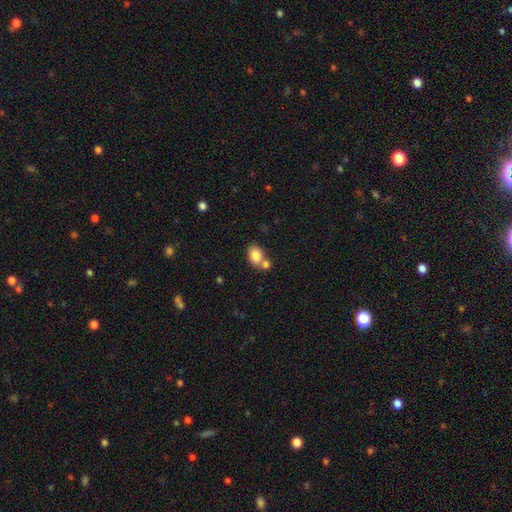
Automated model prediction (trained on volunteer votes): This appears to be a smooth galaxy with no disk features (82%) that is in between round and cigar-shaped (73%). Merging: none (47%).